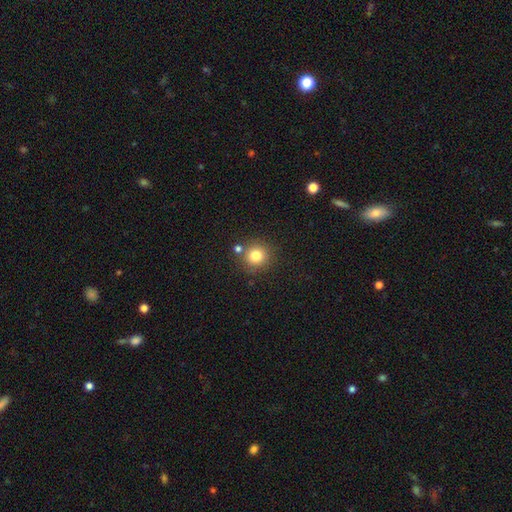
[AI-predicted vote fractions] The model was most divided on "smooth or featured": smooth: 79%, star or artifact: 13%, featured or disk: 8%. More confident: how rounded — round (92%); merging — none (78%).